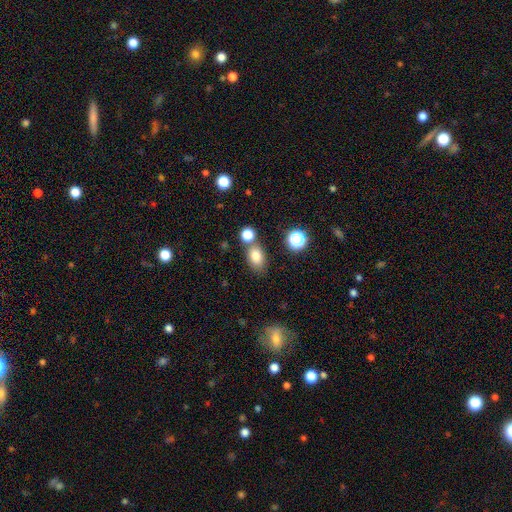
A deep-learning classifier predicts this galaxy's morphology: A smooth galaxy with no disk features (79%) that is in between round and cigar-shaped (77%). Merging: none (66%).